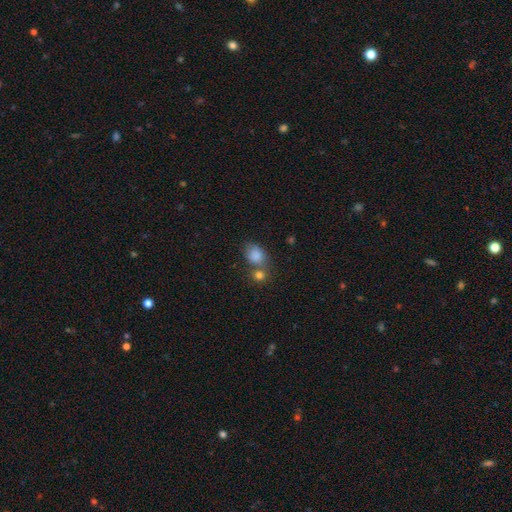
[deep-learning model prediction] smooth_or_featured: smooth (p=0.81) [alt: star or artifact p=0.12]
how_rounded: in between (p=0.53) [alt: round p=0.46]
merging: none (p=0.51) [alt: merger p=0.30]